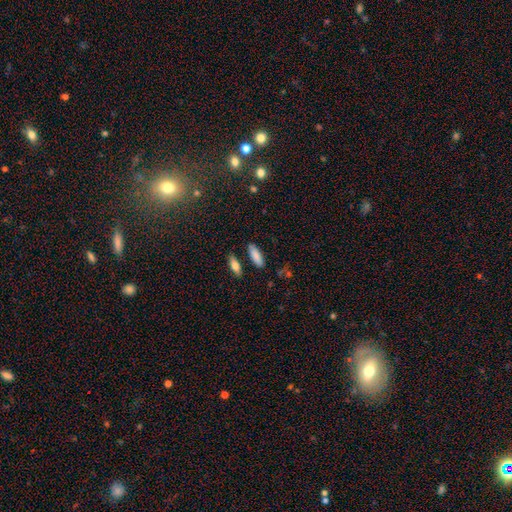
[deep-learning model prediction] The model was most divided on "how rounded": in between: 58%, cigar-shaped: 40%, round: 2%. More confident: smooth or featured — smooth (85%); merging — none (81%).